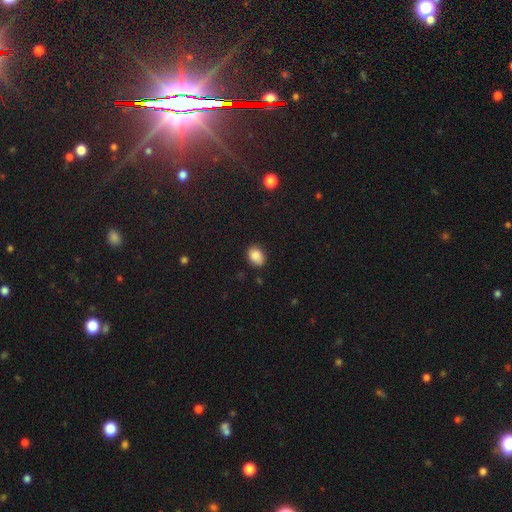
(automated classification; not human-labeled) Q: Smooth or featured?
A: smooth (87%); runner-up: star or artifact (9%)
Q: How rounded?
A: in between (67%); runner-up: round (32%)
Q: Merging?
A: none (81%); runner-up: minor disturbance (15%)